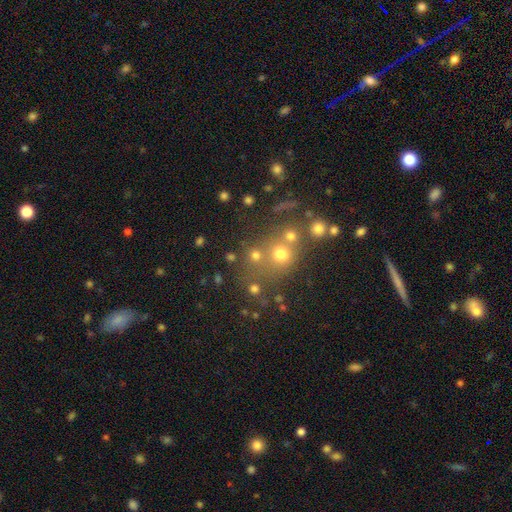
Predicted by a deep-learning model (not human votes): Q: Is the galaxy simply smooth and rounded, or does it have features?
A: smooth — 68%.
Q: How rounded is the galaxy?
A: round — 85%.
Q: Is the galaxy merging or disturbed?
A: none — 62%.